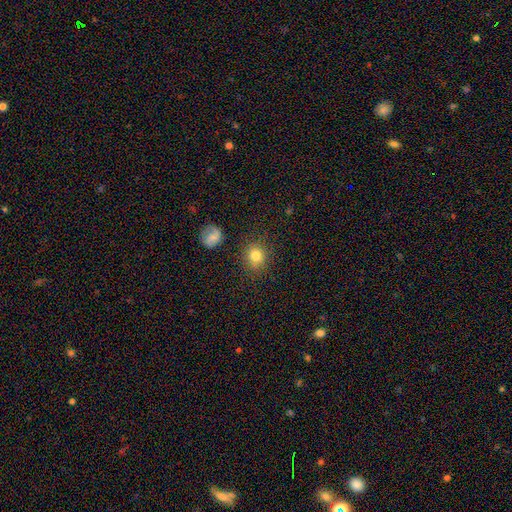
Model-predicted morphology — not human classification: Smooth or featured? smooth (80%)
How rounded? round (84%)
Merging? none (85%)